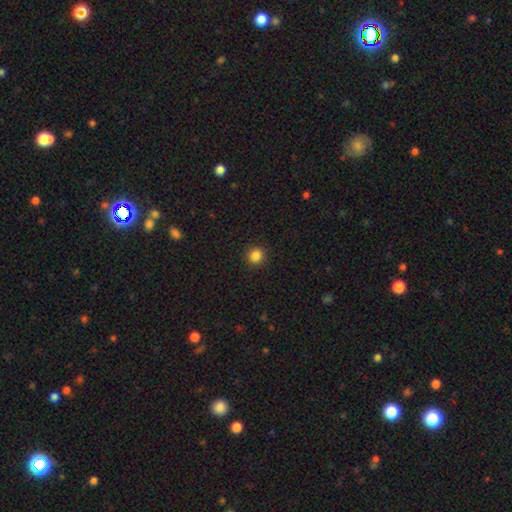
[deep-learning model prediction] Smooth or featured: smooth — 85% (star or artifact — 11%)
How rounded: round — 92% (in between — 7%)
Merging: none — 92% (minor disturbance — 5%)